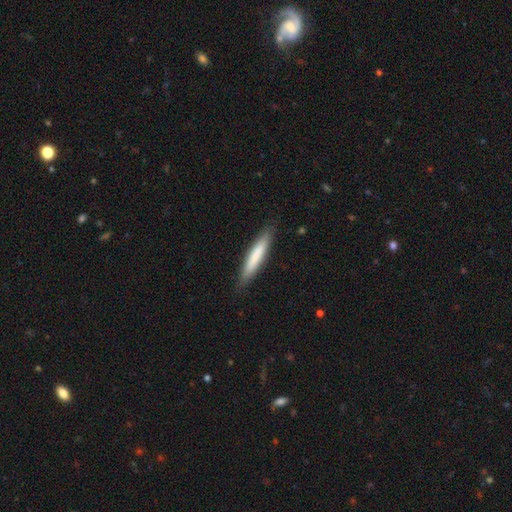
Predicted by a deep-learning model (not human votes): Smooth or featured: smooth — 75% (featured or disk — 20%)
How rounded: cigar-shaped — 92% (in between — 7%)
Merging: none — 88% (minor disturbance — 9%)